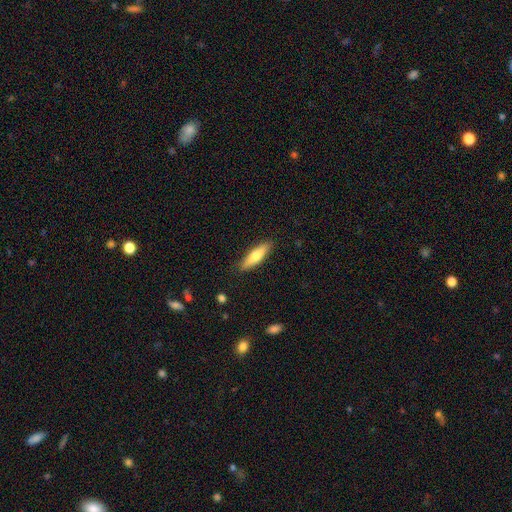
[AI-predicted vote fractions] A smooth galaxy with no disk features (66%) that is cigar-shaped (68%).

Vote fractions:
- Smooth or featured? smooth: 66% / featured or disk: 28% / star or artifact: 6%
- How rounded? cigar-shaped: 68% / in between: 30% / round: 2%
- Merging? none: 88% / minor disturbance: 9% / major disturbance: 2% / merger: 1%